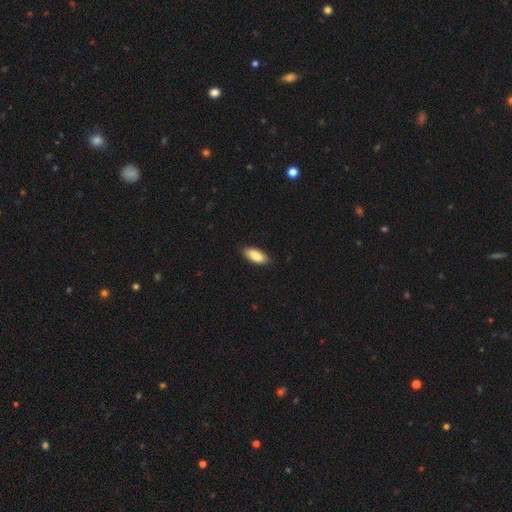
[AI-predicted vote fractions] Smooth or featured?
  - smooth: 88% *
  - featured or disk: 7%
  - star or artifact: 6%
How rounded?
  - in between: 86% *
  - cigar-shaped: 12%
  - round: 2%
Merging?
  - none: 88% *
  - minor disturbance: 10%
  - major disturbance: 2%
  - merger: 1%